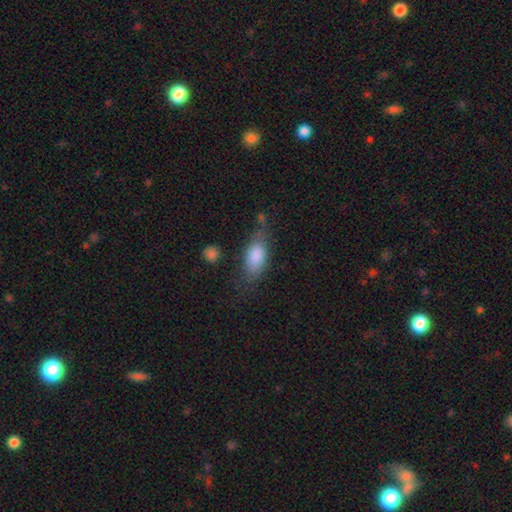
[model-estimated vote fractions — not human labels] This appears to be a smooth galaxy with no disk features (80%) that is in between round and cigar-shaped (83%). Merging: none (54%).